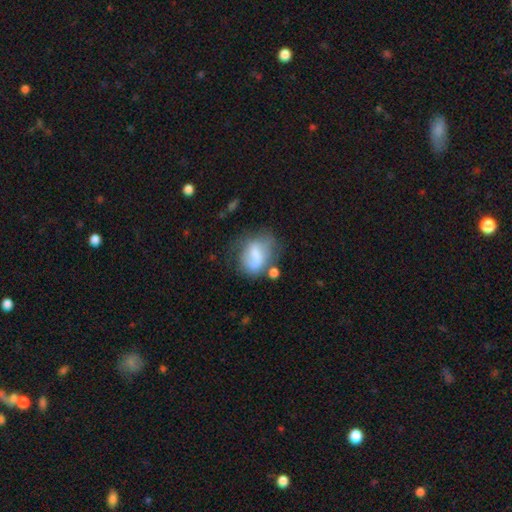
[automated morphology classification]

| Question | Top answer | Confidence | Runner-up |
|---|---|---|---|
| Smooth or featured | smooth | 59% | featured or disk (32%) |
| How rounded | in between | 64% | round (34%) |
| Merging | none | 38% | minor disturbance (27%) |